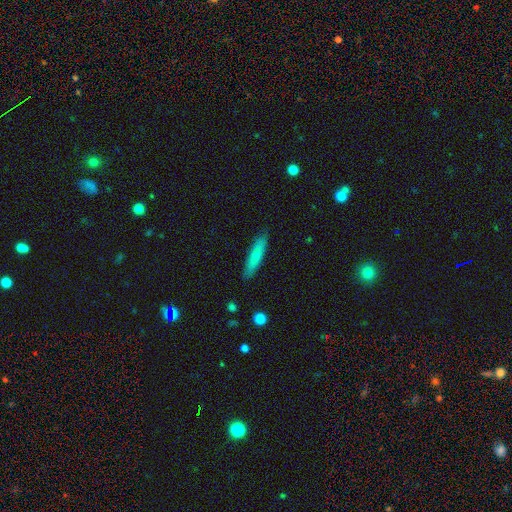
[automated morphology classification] type=smooth (73%); roundness=cigar-shaped (87%); merging=none (88%).